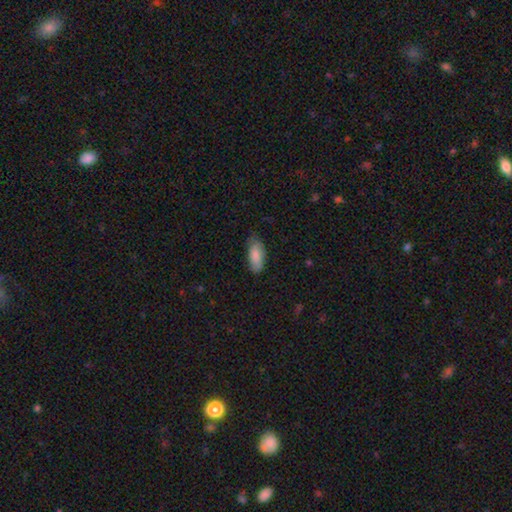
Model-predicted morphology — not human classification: The model was most divided on "merging": none: 73%, minor disturbance: 22%, major disturbance: 4%, merger: 1%. More confident: how rounded — in between (85%); smooth or featured — smooth (84%).